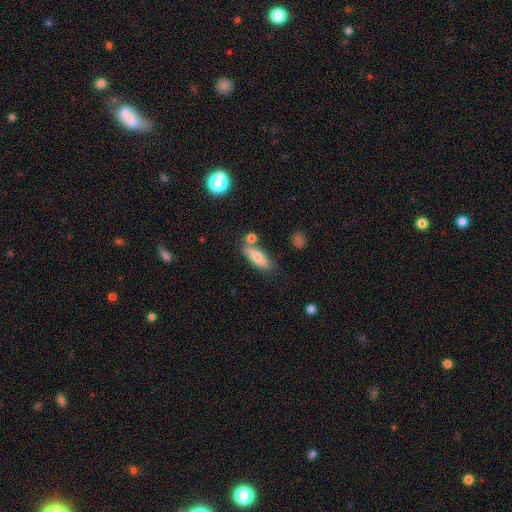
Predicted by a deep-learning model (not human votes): Smooth or featured?
  - smooth: 74% *
  - featured or disk: 18%
  - star or artifact: 8%
How rounded?
  - in between: 60% *
  - cigar-shaped: 37%
  - round: 3%
Merging?
  - none: 72% *
  - minor disturbance: 15%
  - merger: 10%
  - major disturbance: 4%